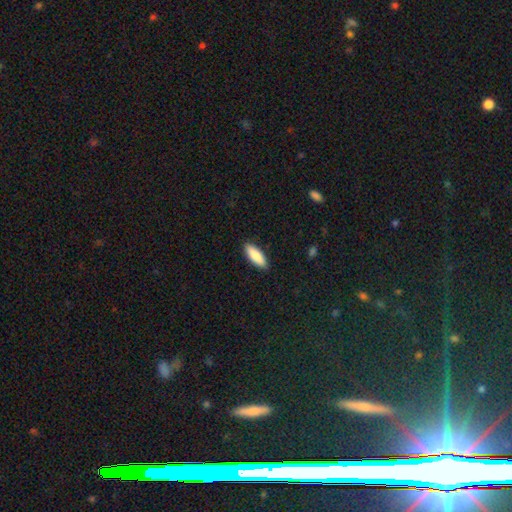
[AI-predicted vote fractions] Smooth or featured?
  - smooth: 87% *
  - featured or disk: 7%
  - star or artifact: 5%
How rounded?
  - in between: 61% *
  - cigar-shaped: 37%
  - round: 2%
Merging?
  - none: 90% *
  - minor disturbance: 8%
  - major disturbance: 2%
  - merger: 1%